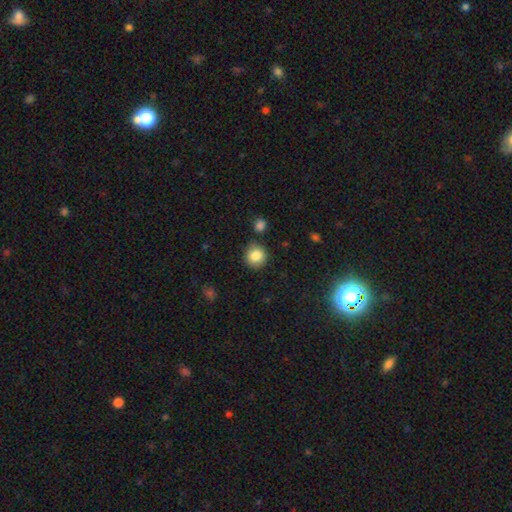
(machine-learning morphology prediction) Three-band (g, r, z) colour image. It shows a smooth galaxy with no disk features (85%) that is round (89%). Merging: none (82%).